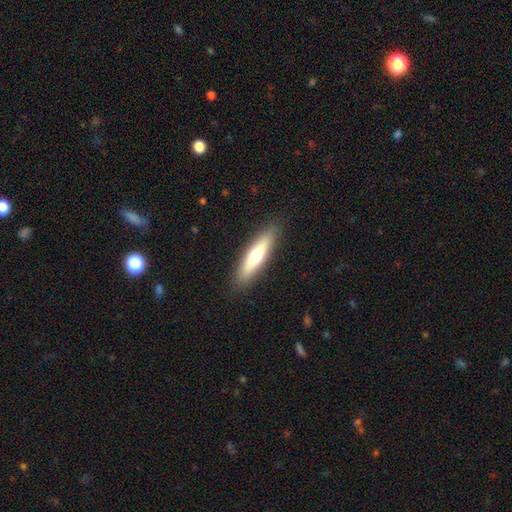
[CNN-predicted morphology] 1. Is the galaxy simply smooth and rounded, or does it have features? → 56% smooth, 38% featured or disk, 6% star or artifact.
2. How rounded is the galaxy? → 76% cigar-shaped, 22% in between, 2% round.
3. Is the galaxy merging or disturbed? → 89% none, 8% minor disturbance, 2% major disturbance, 1% merger.